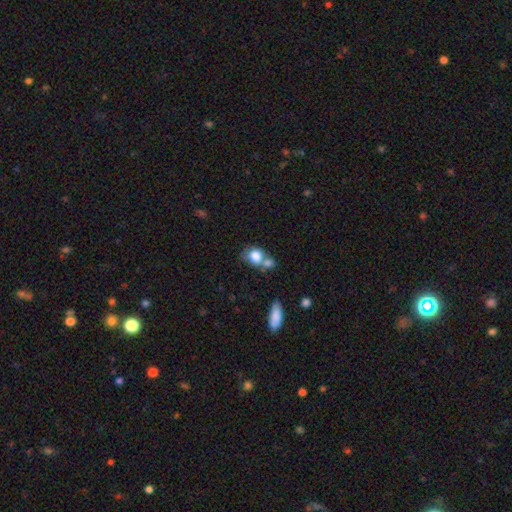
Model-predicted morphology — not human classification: Smooth or featured?
  - smooth: 79% *
  - featured or disk: 12%
  - star or artifact: 9%
How rounded?
  - round: 56% *
  - in between: 42%
  - cigar-shaped: 2%
Merging?
  - merger: 45% *
  - none: 35%
  - minor disturbance: 13%
  - major disturbance: 7%